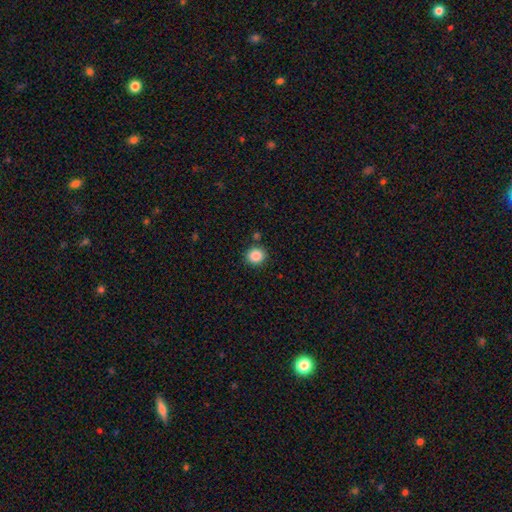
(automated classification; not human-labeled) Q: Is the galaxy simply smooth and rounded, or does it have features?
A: smooth — 87%.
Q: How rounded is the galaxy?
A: round — 87%.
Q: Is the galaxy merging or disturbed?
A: none — 86%.